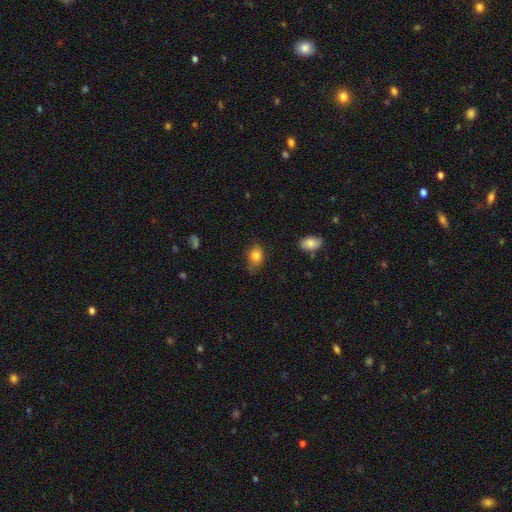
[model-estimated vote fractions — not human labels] Morphology: type=smooth (82%); roundness=in between (68%); merging=none (61%).